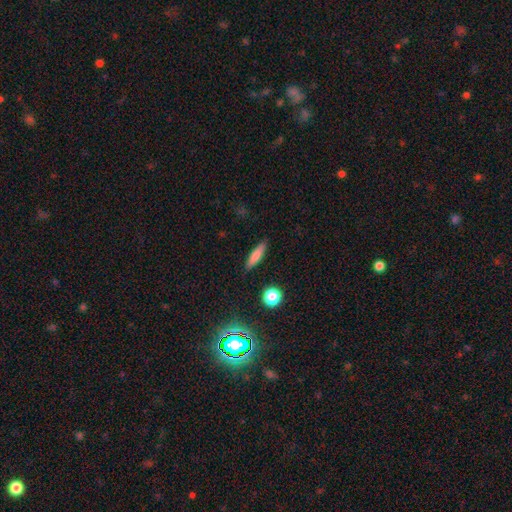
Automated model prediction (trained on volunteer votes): This appears to be a smooth galaxy with no disk features (76%) that is cigar-shaped (76%). Merging: none (88%).